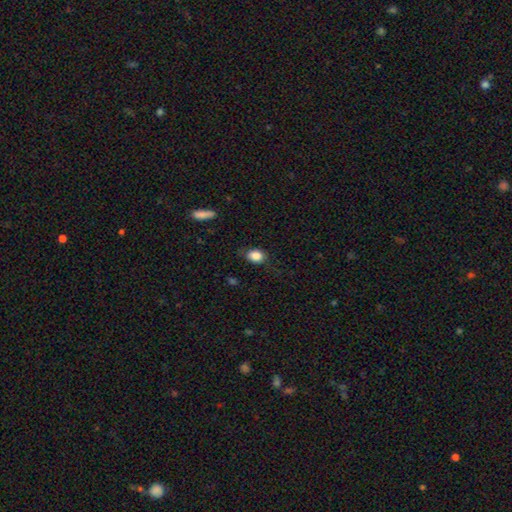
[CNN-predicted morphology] type=smooth (86%); roundness=in between (63%); merging=none (72%).